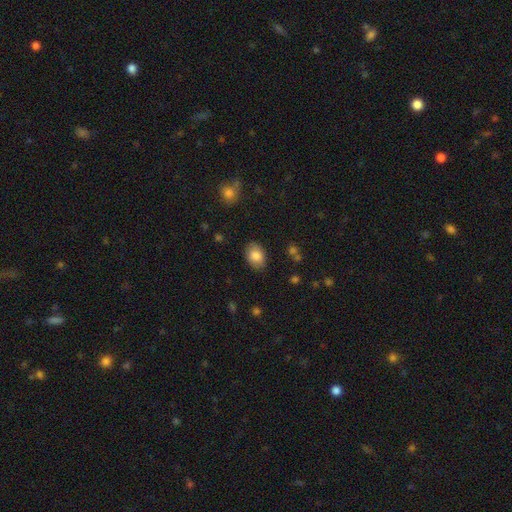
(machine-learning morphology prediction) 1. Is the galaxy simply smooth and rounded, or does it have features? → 83% smooth, 9% featured or disk, 7% star or artifact.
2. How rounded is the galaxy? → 80% in between, 19% round, 1% cigar-shaped.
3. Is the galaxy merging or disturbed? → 85% none, 11% minor disturbance, 3% major disturbance, 1% merger.